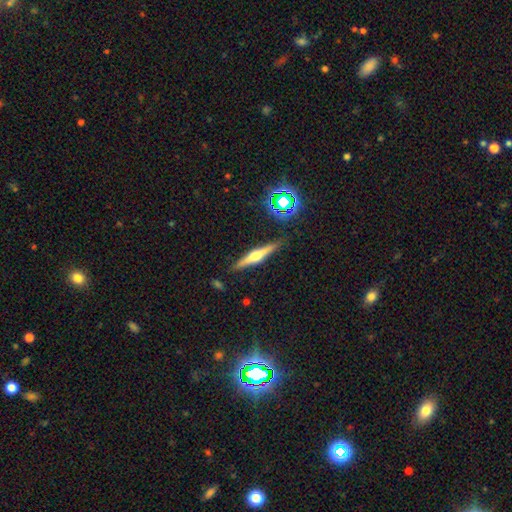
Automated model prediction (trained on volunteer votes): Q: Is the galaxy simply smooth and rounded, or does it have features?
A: featured or disk — 69%.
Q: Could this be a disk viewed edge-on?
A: yes — 98%.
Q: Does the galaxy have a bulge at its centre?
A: rounded — 89%.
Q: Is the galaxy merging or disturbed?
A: none — 89%.